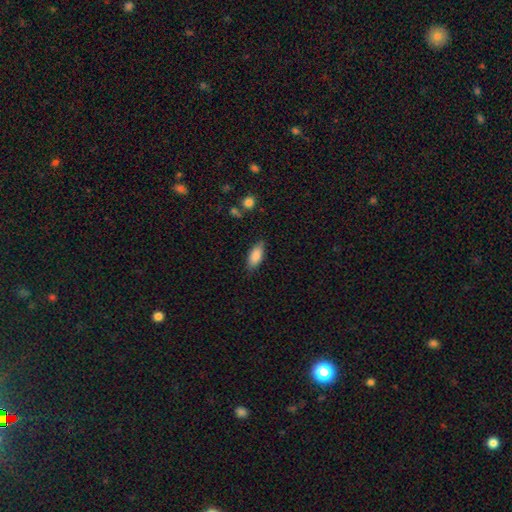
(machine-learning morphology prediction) A smooth galaxy with no disk features (86%) that is in between round and cigar-shaped (83%). Merging: none (78%).